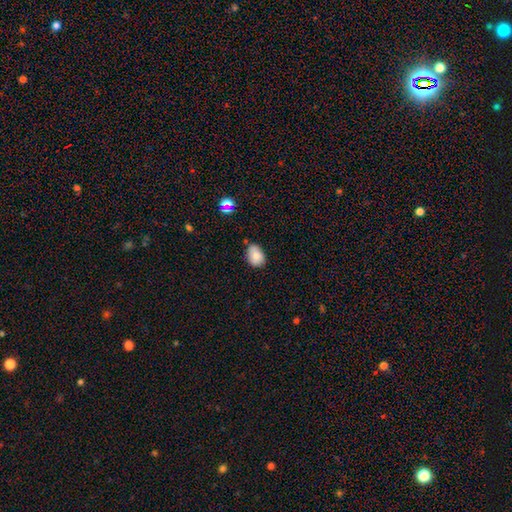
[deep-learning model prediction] smooth-or-featured: smooth: 83% | star or artifact: 9% | featured or disk: 8%
  how-rounded: in between: 73% | round: 26% | cigar-shaped: 1%
  merging: none: 68% | minor disturbance: 25% | merger: 4% | major disturbance: 4%